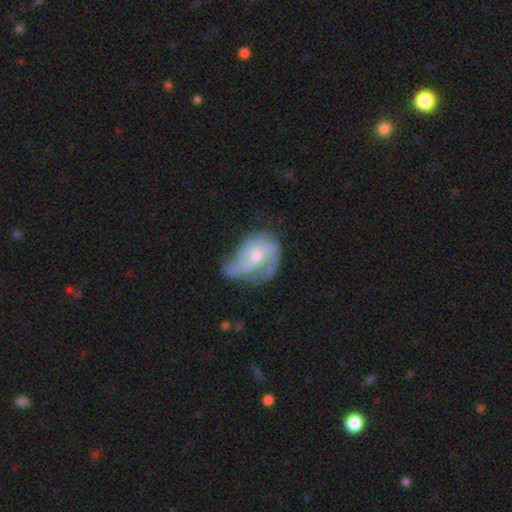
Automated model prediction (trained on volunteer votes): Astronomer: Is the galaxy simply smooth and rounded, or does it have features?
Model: featured or disk — 79%.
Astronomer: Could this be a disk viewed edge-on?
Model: no — 97%.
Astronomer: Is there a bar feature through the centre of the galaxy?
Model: no — 57% (runner-up: weak, 36%).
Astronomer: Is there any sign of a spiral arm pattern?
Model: yes — 91%.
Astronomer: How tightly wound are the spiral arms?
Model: medium — 46% (runner-up: tight, 28%).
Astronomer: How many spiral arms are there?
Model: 2 — 40% (runner-up: 3, 29%).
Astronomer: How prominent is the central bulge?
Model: moderate — 53% (runner-up: small, 40%).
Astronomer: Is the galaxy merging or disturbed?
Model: none — 41% (runner-up: minor disturbance, 31%).